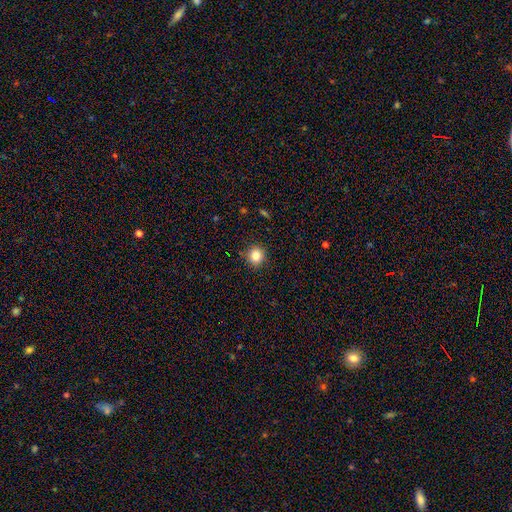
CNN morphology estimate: Smooth or featured? Predicted: smooth (p=0.83). How rounded? Predicted: round (p=0.92). Merging? Predicted: none (p=0.91).